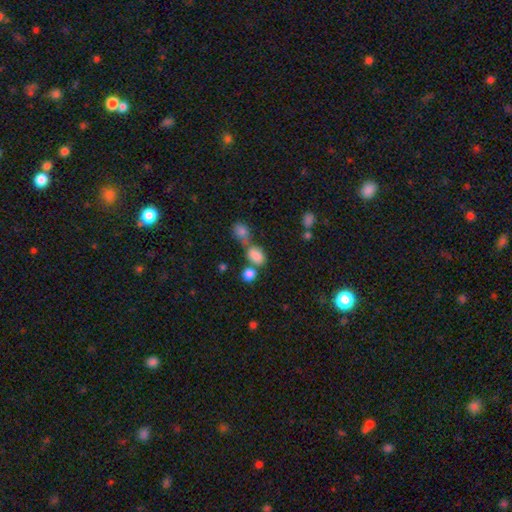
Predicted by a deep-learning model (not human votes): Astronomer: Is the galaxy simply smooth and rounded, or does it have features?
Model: smooth — 82%.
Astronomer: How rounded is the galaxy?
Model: in between — 73%.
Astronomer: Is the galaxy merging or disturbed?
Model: none — 42% (runner-up: merger, 40%).